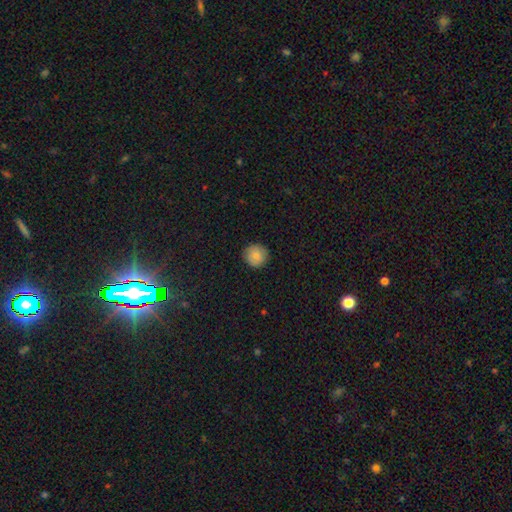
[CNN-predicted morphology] The model was most divided on "smooth or featured": smooth: 83%, featured or disk: 9%, star or artifact: 8%. More confident: how rounded — round (94%); merging — none (88%).